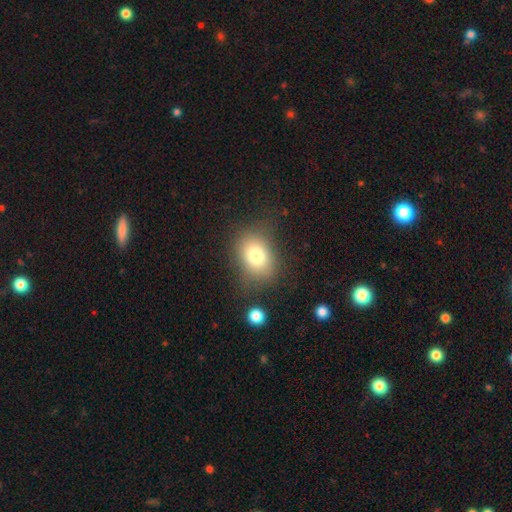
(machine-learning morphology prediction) Smooth or featured? Predicted: smooth (p=0.77). How rounded? Predicted: in between (p=0.61). Merging? Predicted: none (p=0.73).